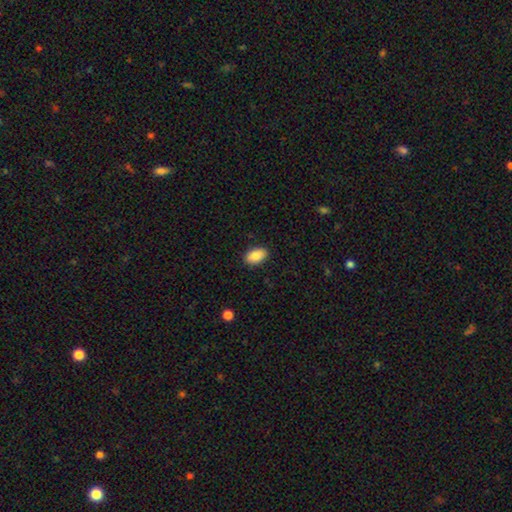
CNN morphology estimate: Q: Smooth or featured?
A: smooth (87%); runner-up: star or artifact (7%)
Q: How rounded?
A: in between (92%); runner-up: round (6%)
Q: Merging?
A: none (89%); runner-up: minor disturbance (8%)